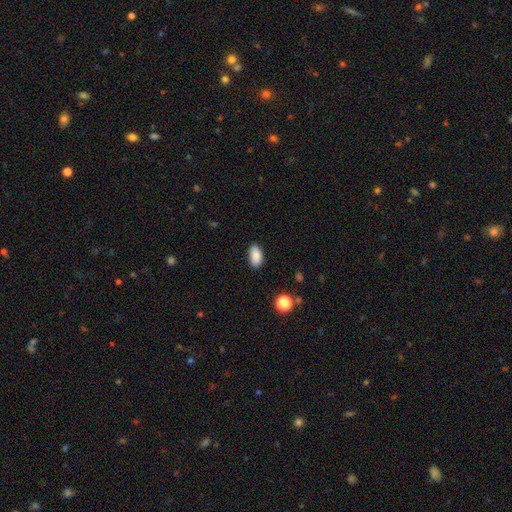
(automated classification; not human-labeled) This is clearly a smooth galaxy (88%). How rounded: clearly in between (92%). Merging: clearly none (86%).